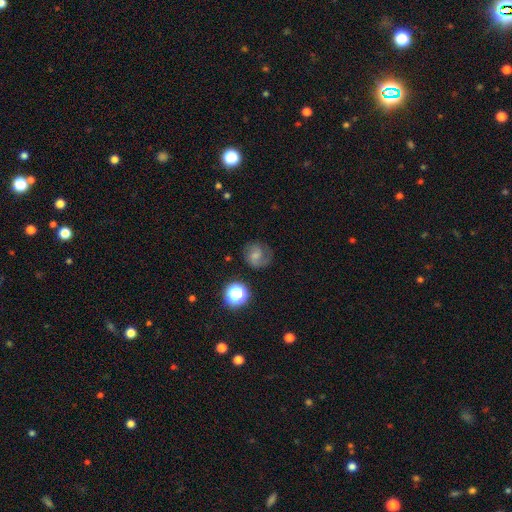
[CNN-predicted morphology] Smooth or featured? Predicted: featured or disk (p=0.54). Edge-on disk? Predicted: no (p=0.98). Bar? Predicted: no (p=0.49). Spiral arms? Predicted: yes (p=0.91). Bulge size? Predicted: small (p=0.41). Merging? Predicted: none (p=0.70).